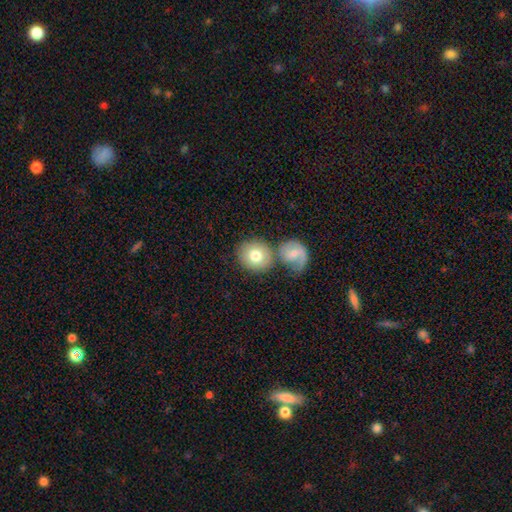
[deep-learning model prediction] Morphology: type=smooth (74%); roundness=round (83%); merging=none (53%).